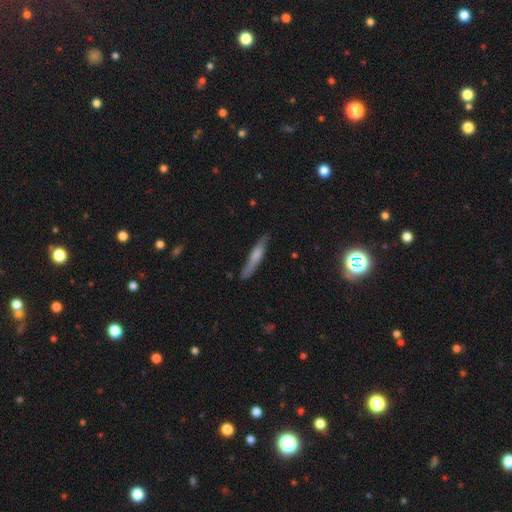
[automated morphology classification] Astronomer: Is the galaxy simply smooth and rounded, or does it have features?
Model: smooth — 60%.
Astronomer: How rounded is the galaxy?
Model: cigar-shaped — 90%.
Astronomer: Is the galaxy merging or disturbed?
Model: none — 76%.